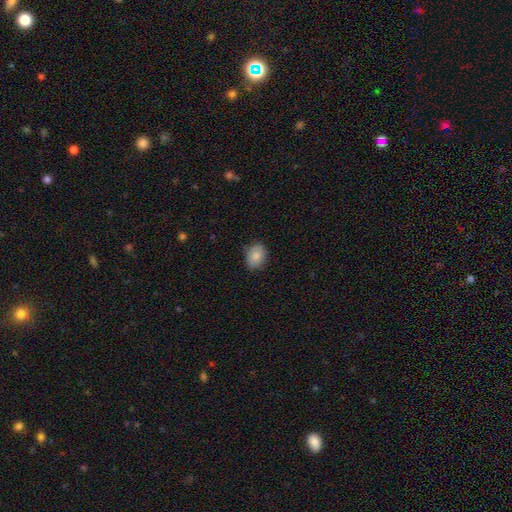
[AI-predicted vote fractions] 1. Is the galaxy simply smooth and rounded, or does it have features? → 86% smooth, 8% star or artifact, 7% featured or disk.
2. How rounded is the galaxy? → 67% in between, 32% round, 1% cigar-shaped.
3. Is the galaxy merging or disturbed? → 84% none, 12% minor disturbance, 3% major disturbance, 1% merger.